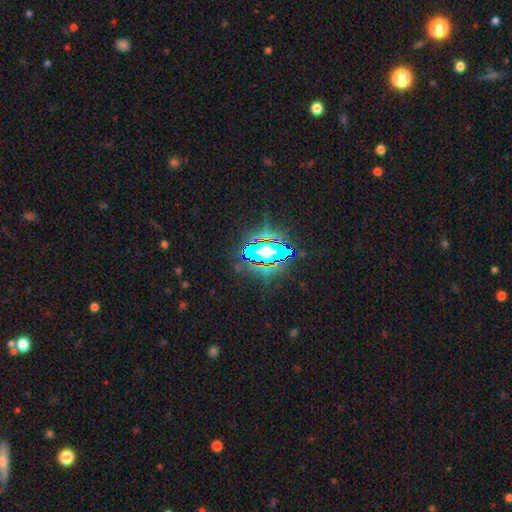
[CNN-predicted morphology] This appears to be a star or artifact, not a galaxy (75%).